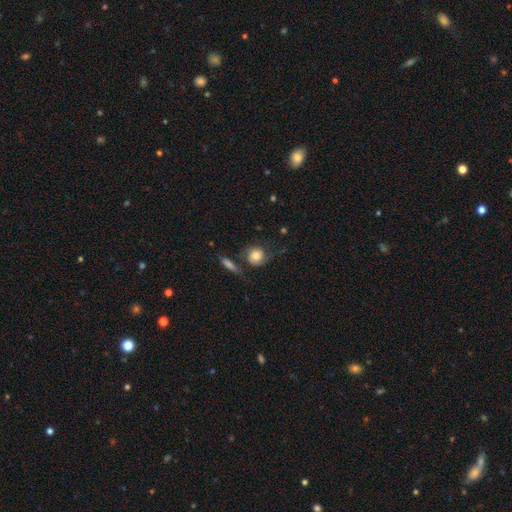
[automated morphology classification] This appears to be a smooth galaxy with no disk features (52%) that is round (82%). Merging: none (52%).